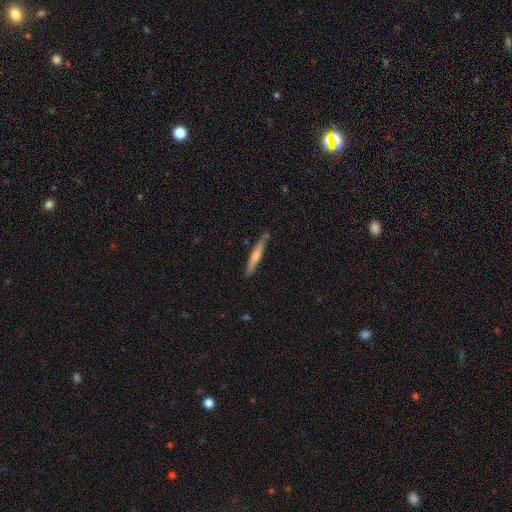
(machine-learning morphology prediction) A featured or disk galaxy (58%) viewed edge-on (96%) with a rounded central bulge (71%). Merging: none (87%).